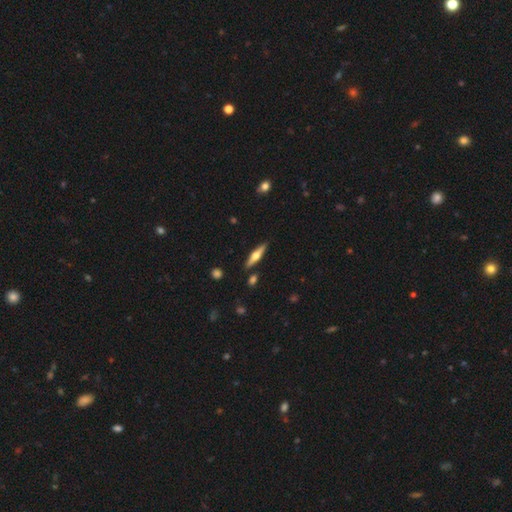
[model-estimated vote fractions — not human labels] This appears to be a featured or disk galaxy (61%) viewed edge-on (96%) with a rounded central bulge (93%). Merging: none (87%).